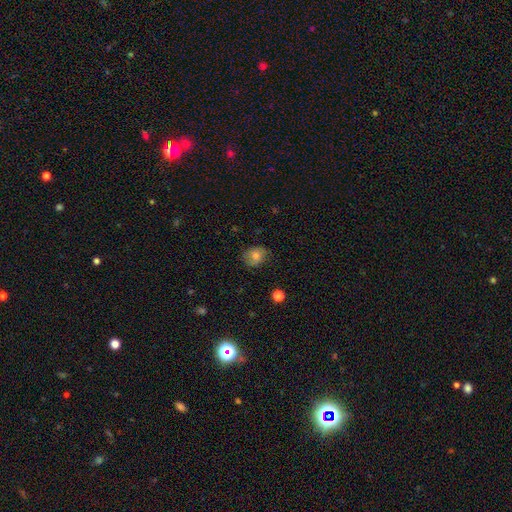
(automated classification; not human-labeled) Morphology: type=smooth (70%); roundness=round (52%); merging=none (68%).